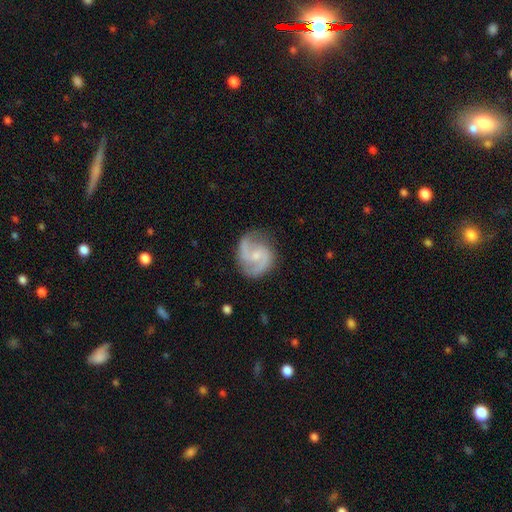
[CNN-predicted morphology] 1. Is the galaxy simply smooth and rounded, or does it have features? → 86% featured or disk, 9% smooth, 5% star or artifact.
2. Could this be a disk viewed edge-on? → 98% no, 2% yes.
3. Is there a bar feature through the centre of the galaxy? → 46% no (tied), 46% weak (tied), 8% strong.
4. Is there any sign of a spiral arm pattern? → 97% yes, 3% no.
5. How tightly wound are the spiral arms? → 55% medium, 26% loose, 19% tight.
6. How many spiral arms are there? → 91% 2, 3% can't tell, 2% 1, 2% 3, 1% 4, 1% more than 4.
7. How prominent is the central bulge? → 58% small, 29% moderate, 10% none, 1% large, 1% dominant.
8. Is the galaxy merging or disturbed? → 78% none, 15% minor disturbance, 5% major disturbance, 1% merger.